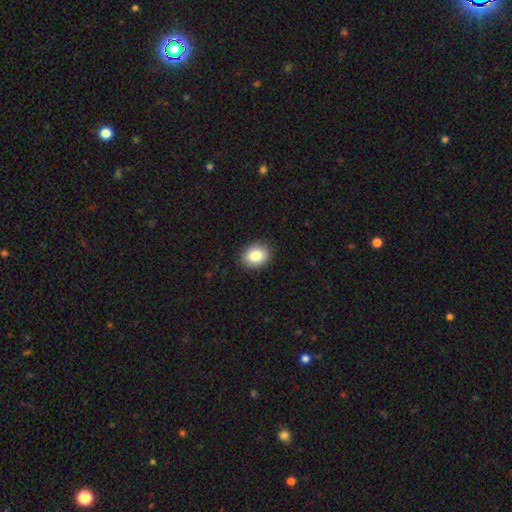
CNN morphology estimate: Q: Smooth or featured?
A: smooth (86%); runner-up: star or artifact (8%)
Q: How rounded?
A: in between (56%); runner-up: round (43%)
Q: Merging?
A: none (88%); runner-up: minor disturbance (8%)